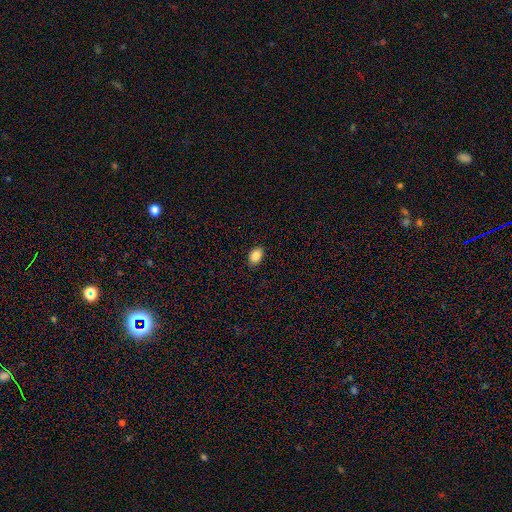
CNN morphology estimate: Overall: smooth (88%). How rounded: in between (83%). Merging: none (87%).